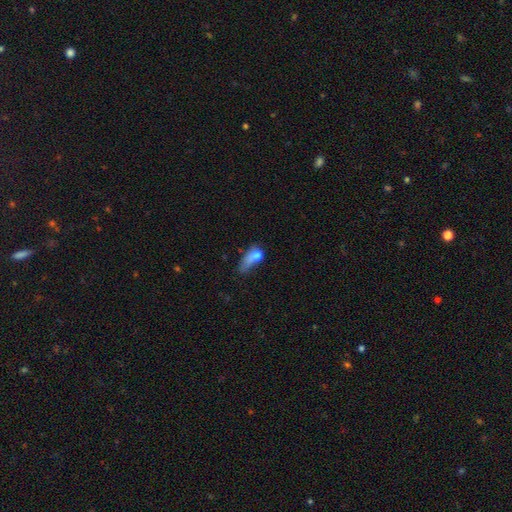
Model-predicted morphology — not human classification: smooth_or_featured: smooth (p=0.65) [alt: featured or disk p=0.23]
how_rounded: in between (p=0.73) [alt: cigar-shaped p=0.15]
merging: major disturbance (p=0.45) [alt: minor disturbance p=0.22]